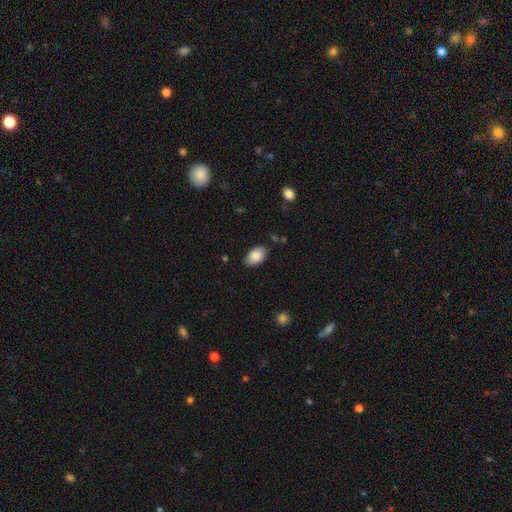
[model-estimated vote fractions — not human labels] smooth_or_featured: smooth (p=0.88) [alt: star or artifact p=0.07]
how_rounded: in between (p=0.91) [alt: round p=0.08]
merging: none (p=0.80) [alt: minor disturbance p=0.15]